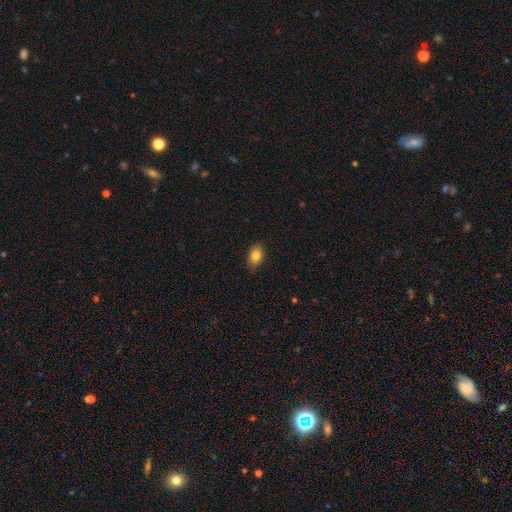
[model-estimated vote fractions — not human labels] Smooth or featured: smooth — 83% (star or artifact — 9%)
How rounded: in between — 86% (round — 12%)
Merging: none — 84% (minor disturbance — 12%)